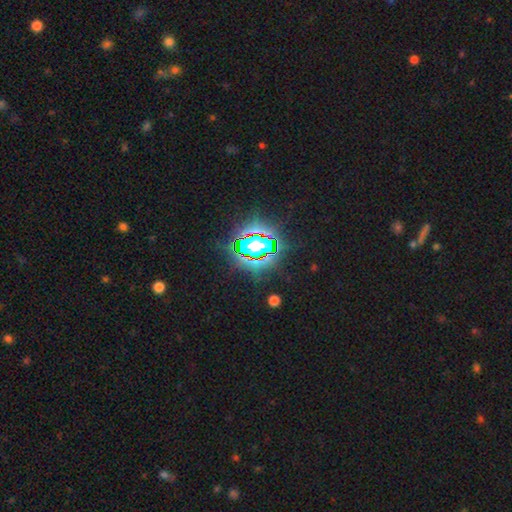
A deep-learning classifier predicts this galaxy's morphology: A star or artifact, not a galaxy (82%).